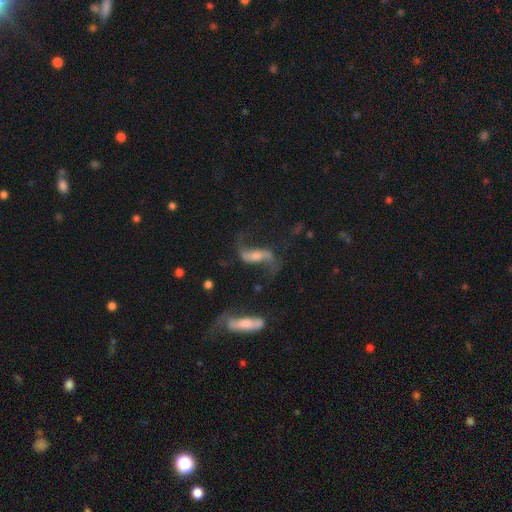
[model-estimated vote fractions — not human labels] Q: Smooth or featured?
A: featured or disk (82%); runner-up: smooth (10%)
Q: Edge-on disk?
A: no (89%); runner-up: yes (11%)
Q: Bar?
A: weak (39%); runner-up: strong (34%)
Q: Spiral arms?
A: yes (94%); runner-up: no (6%)
Q: Spiral winding?
A: loose (83%); runner-up: medium (14%)
Q: Spiral arm count?
A: 2 (92%); runner-up: 1 (3%)
Q: Bulge size?
A: small (37%); runner-up: moderate (34%)
Q: Merging?
A: none (63%); runner-up: major disturbance (15%)